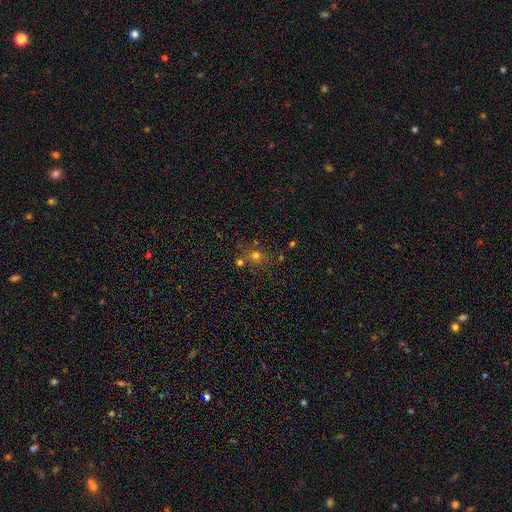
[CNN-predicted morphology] type=smooth (58%); roundness=round (78%); merging=none (70%).